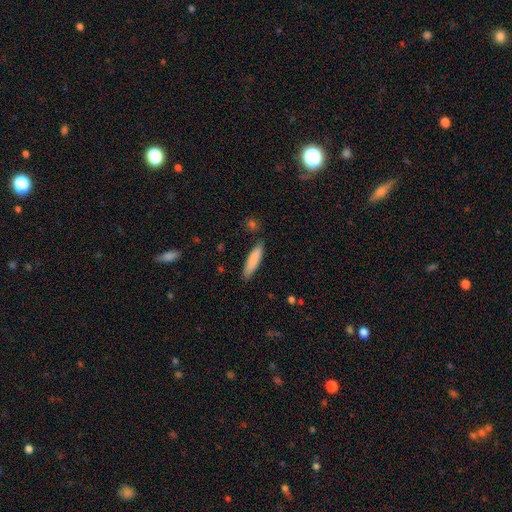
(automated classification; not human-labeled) smooth_or_featured: smooth (p=0.82) [alt: featured or disk p=0.11]
how_rounded: cigar-shaped (p=0.80) [alt: in between p=0.19]
merging: none (p=0.85) [alt: minor disturbance p=0.11]